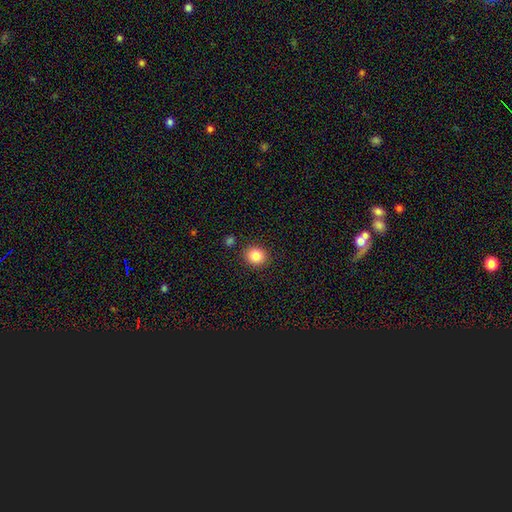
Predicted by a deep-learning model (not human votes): Q: Smooth or featured?
A: smooth (85%); runner-up: star or artifact (9%)
Q: How rounded?
A: round (75%); runner-up: in between (24%)
Q: Merging?
A: none (88%); runner-up: minor disturbance (7%)